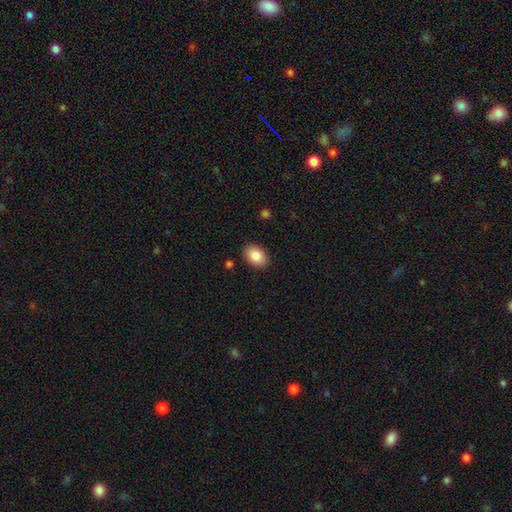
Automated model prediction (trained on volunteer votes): Smooth or featured?
  - smooth: 87% *
  - star or artifact: 7%
  - featured or disk: 6%
How rounded?
  - in between: 84% *
  - round: 15%
  - cigar-shaped: 1%
Merging?
  - none: 88% *
  - minor disturbance: 9%
  - major disturbance: 2%
  - merger: 1%